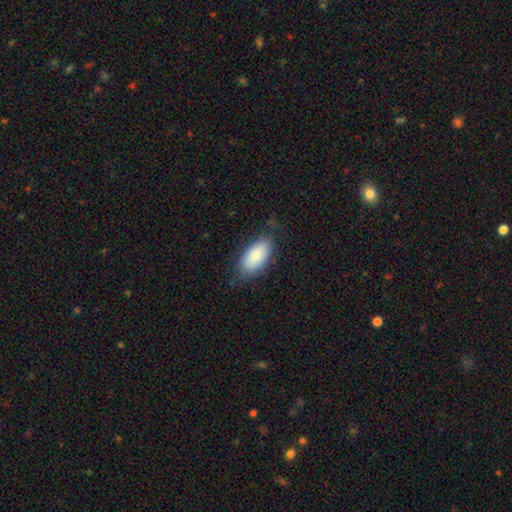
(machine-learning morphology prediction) Overall: smooth (85%). How rounded: in between (94%). Merging: none (74%).